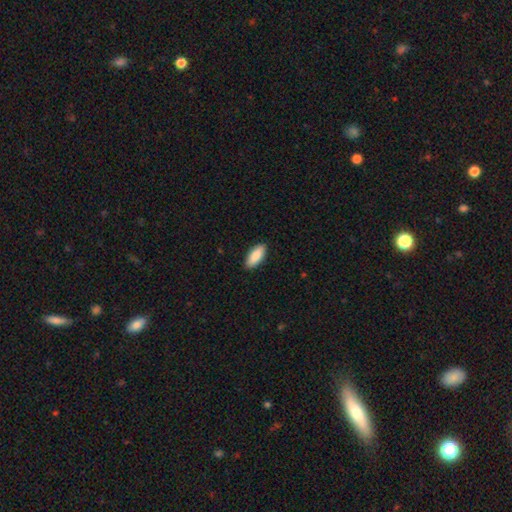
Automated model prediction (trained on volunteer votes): smooth 88%, featured or disk 7%, star or artifact 5%. Down the decision tree: how rounded — in between (82%); merging — none (90%).